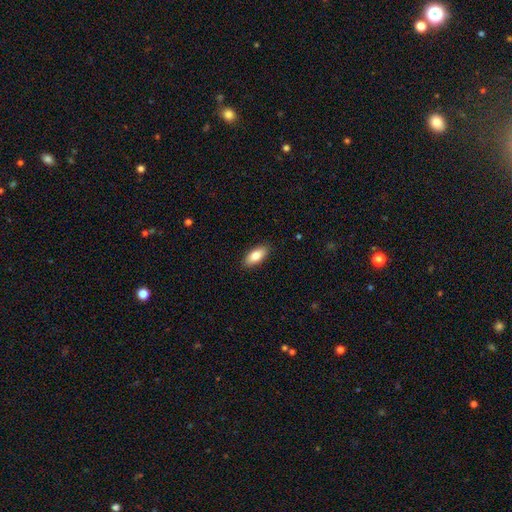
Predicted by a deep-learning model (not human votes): This appears to be a smooth galaxy with no disk features (84%) that is in between round and cigar-shaped (87%). Merging: none (89%).